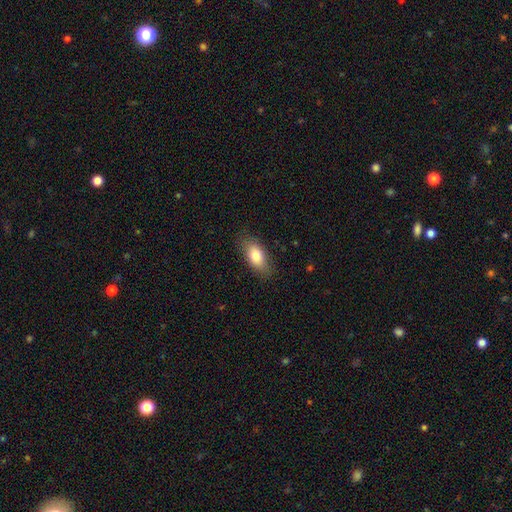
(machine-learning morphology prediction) This appears to be a smooth galaxy with no disk features (79%) that is in between round and cigar-shaped (88%). Merging: none (83%).